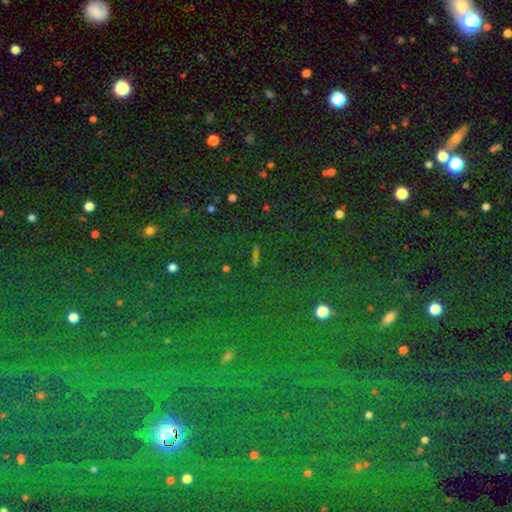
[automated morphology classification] smooth-or-featured: star or artifact: 58% | smooth: 27% | featured or disk: 16%